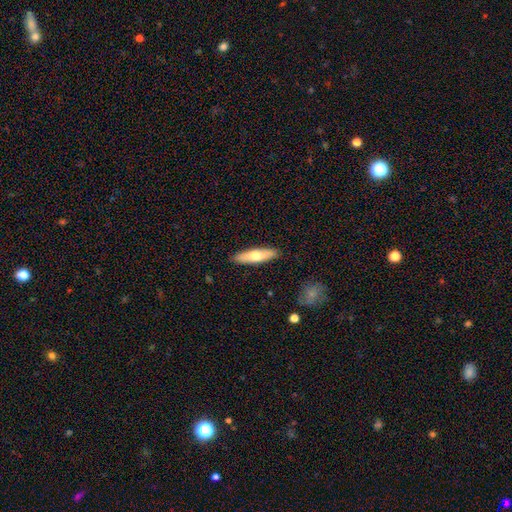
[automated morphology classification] Smooth or featured? Predicted: smooth (p=0.65). How rounded? Predicted: cigar-shaped (p=0.68). Merging? Predicted: none (p=0.90).